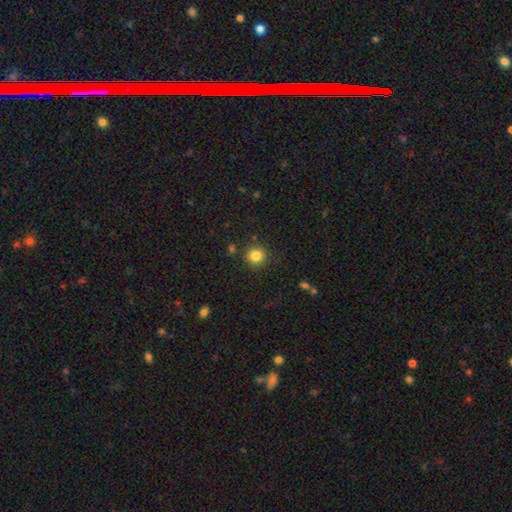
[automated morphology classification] Overall: smooth (84%). How rounded: round (93%). Merging: none (89%).